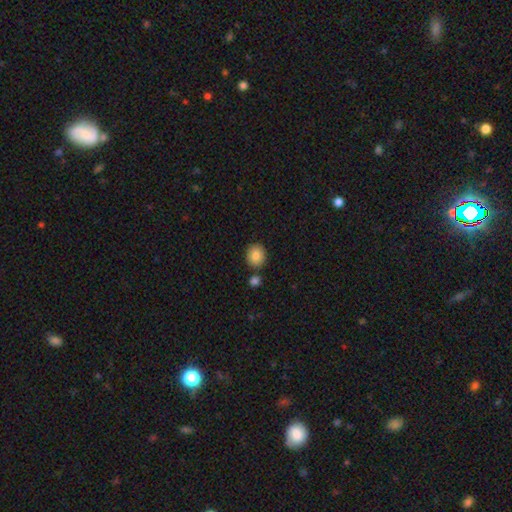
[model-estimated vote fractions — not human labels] Smooth or featured: smooth — 85% (star or artifact — 9%)
How rounded: round — 71% (in between — 28%)
Merging: none — 80% (merger — 9%)